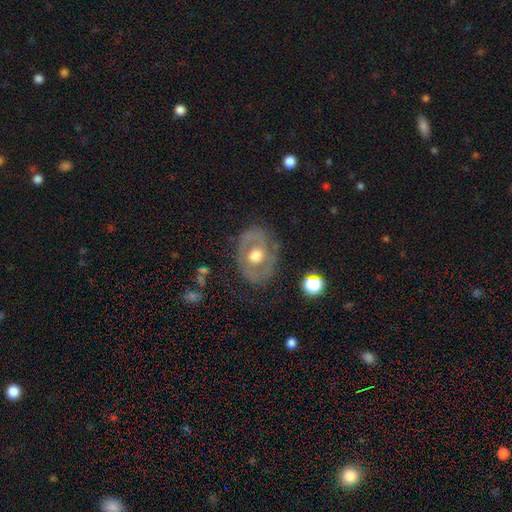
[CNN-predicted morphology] Smooth or featured: featured or disk — 63% (smooth — 31%)
Edge-on disk: no — 94% (yes — 6%)
Bar: no — 78% (weak — 17%)
Spiral arms: no — 66% (yes — 34%)
Bulge size: moderate — 68% (large — 24%)
Merging: none — 73% (minor disturbance — 18%)